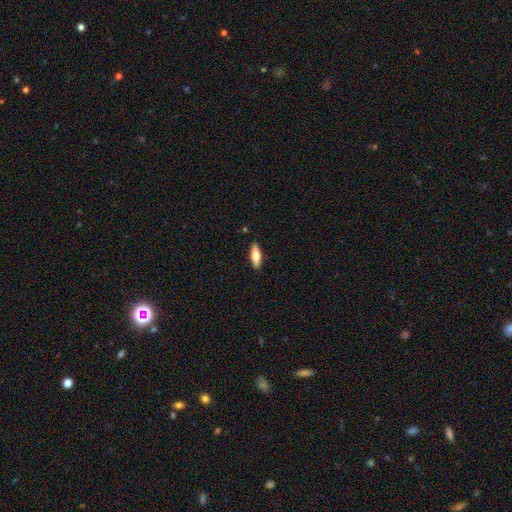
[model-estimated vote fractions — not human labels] Smooth or featured? smooth (70%)
How rounded? in between (64%)
Merging? none (89%)